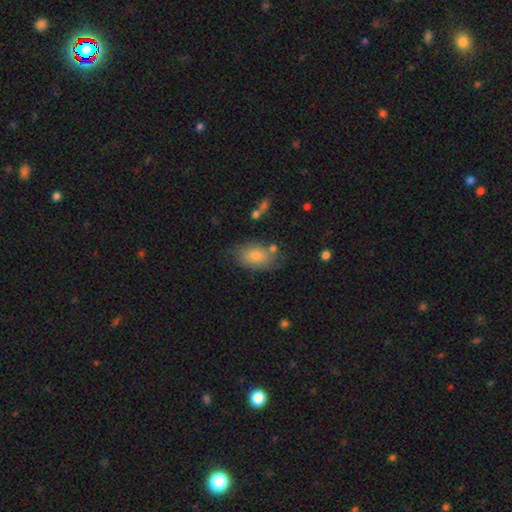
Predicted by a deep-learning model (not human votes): This appears to be a smooth galaxy with no disk features (75%) that is in between round and cigar-shaped (87%). Merging: none (69%).